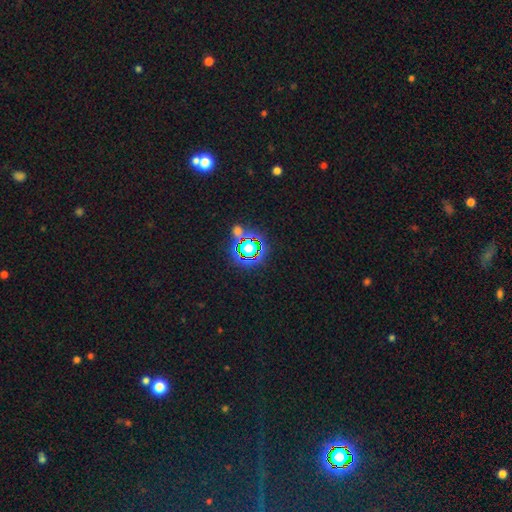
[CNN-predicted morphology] Smooth or featured? Predicted: star or artifact (p=0.79).